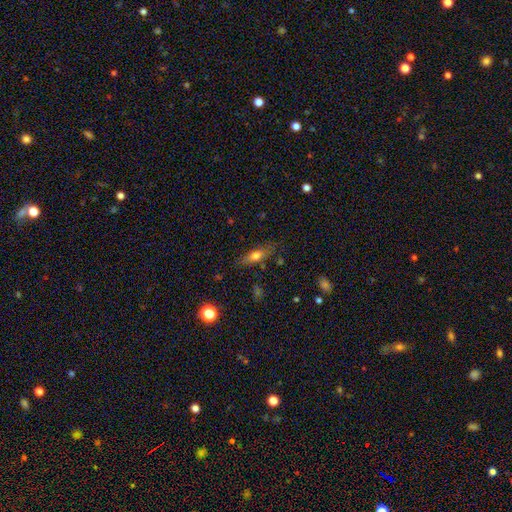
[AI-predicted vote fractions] A smooth galaxy with no disk features (65%) that is in between round and cigar-shaped (60%). Merging: none (73%).